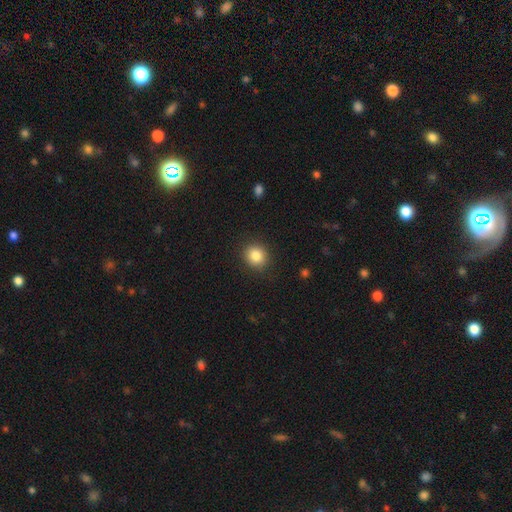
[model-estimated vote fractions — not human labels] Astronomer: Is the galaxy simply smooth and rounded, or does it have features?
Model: smooth — 85%.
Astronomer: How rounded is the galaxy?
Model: round — 81%.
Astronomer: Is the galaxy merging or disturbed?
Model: none — 89%.